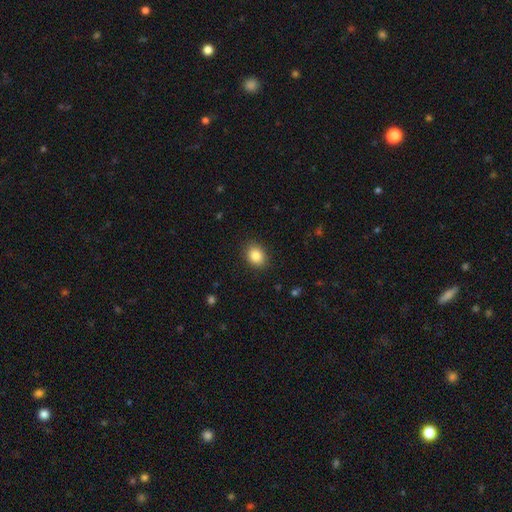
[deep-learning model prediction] Smooth or featured? Predicted: smooth (p=0.86). How rounded? Predicted: in between (p=0.54). Merging? Predicted: none (p=0.88).